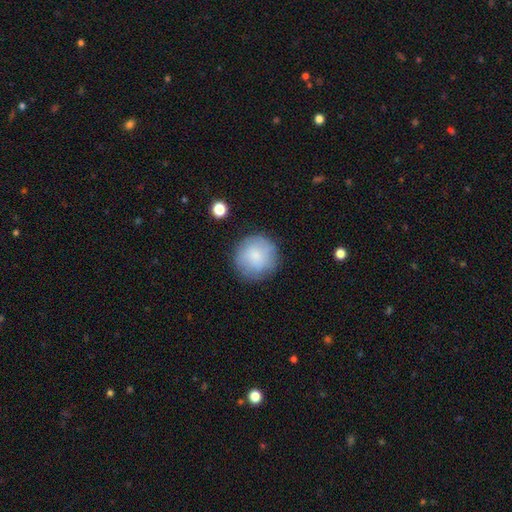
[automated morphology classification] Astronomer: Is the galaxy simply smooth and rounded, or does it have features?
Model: smooth — 79%.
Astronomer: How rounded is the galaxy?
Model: round — 95%.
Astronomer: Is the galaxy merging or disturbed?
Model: none — 83%.